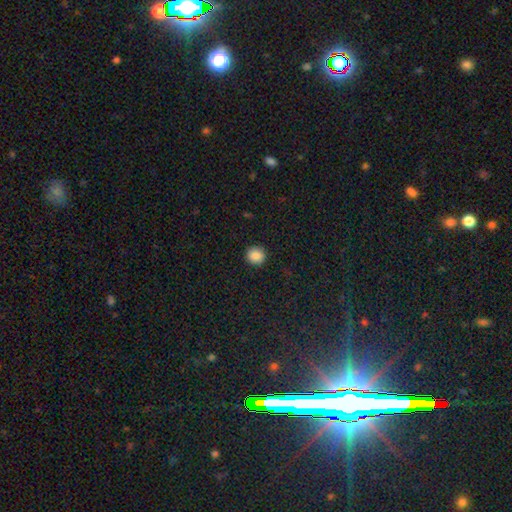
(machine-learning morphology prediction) smooth_or_featured: smooth (p=0.87) [alt: star or artifact p=0.10]
how_rounded: round (p=0.91) [alt: in between p=0.08]
merging: none (p=0.92) [alt: minor disturbance p=0.06]